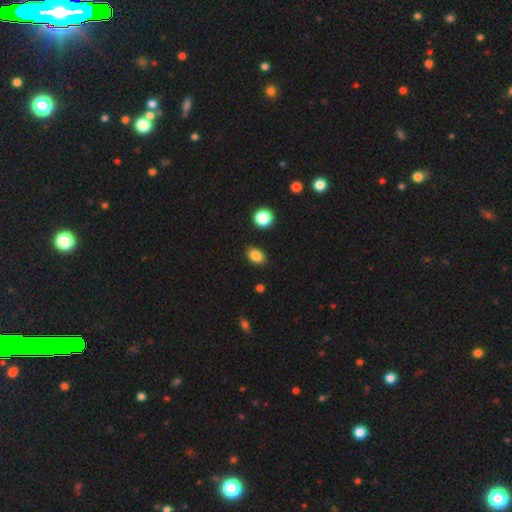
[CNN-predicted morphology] Q: Smooth or featured?
A: smooth (85%); runner-up: star or artifact (10%)
Q: How rounded?
A: in between (81%); runner-up: round (18%)
Q: Merging?
A: none (88%); runner-up: minor disturbance (8%)